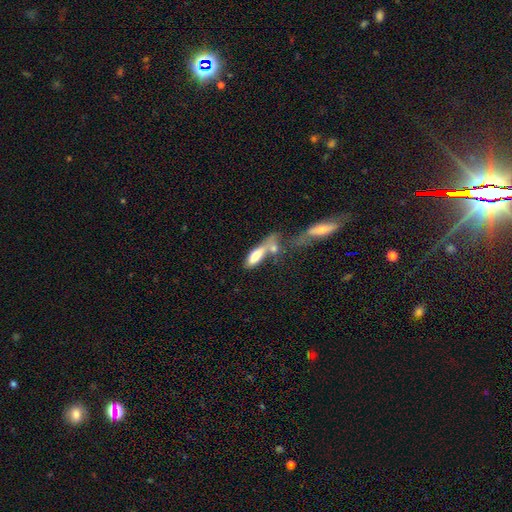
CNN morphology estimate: smooth-or-featured: smooth: 73% | featured or disk: 19% | star or artifact: 8%
  how-rounded: in between: 64% | cigar-shaped: 33% | round: 3%
  merging: merger: 52% | none: 21% | major disturbance: 15% | minor disturbance: 12%